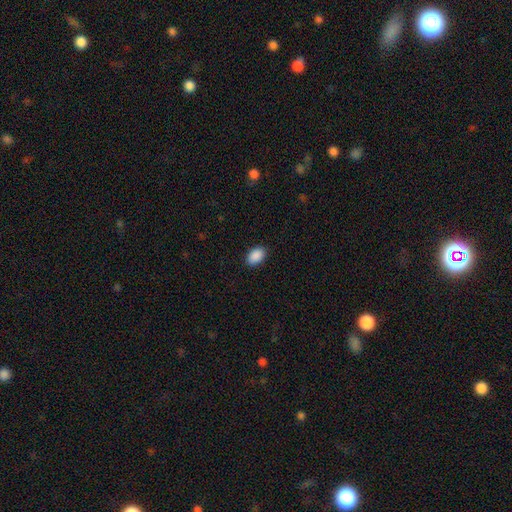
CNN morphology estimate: Smooth or featured: smooth — 91% (star or artifact — 7%)
How rounded: in between — 90% (round — 9%)
Merging: none — 89% (minor disturbance — 8%)